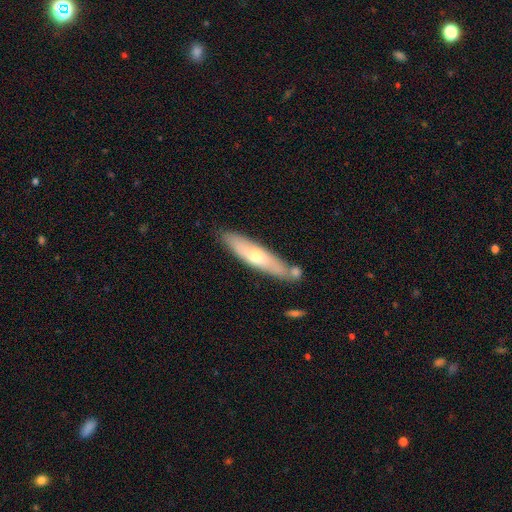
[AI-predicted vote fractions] This is possibly a smooth galaxy (53%). How rounded: likely cigar-shaped (78%). Merging: likely none (71%).